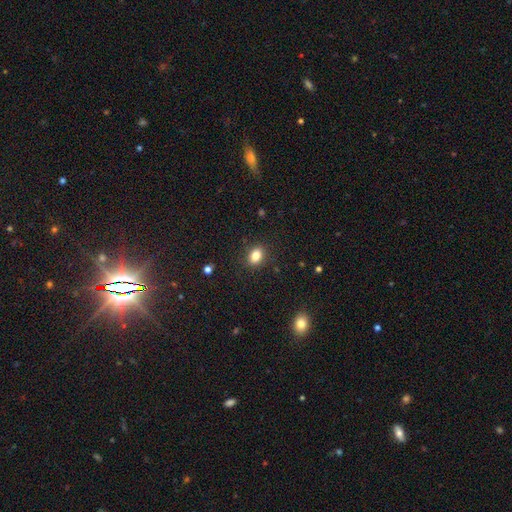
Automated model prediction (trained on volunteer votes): Smooth or featured: smooth — 84% (star or artifact — 10%)
How rounded: in between — 70% (round — 29%)
Merging: none — 88% (minor disturbance — 9%)